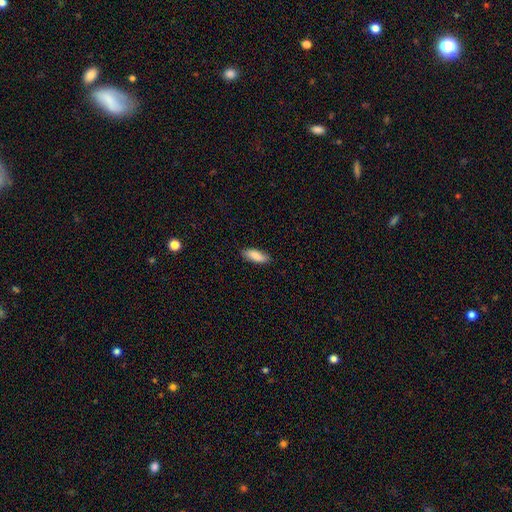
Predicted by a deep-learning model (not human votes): Overall: smooth (87%). How rounded: in between (71%). Merging: none (85%).